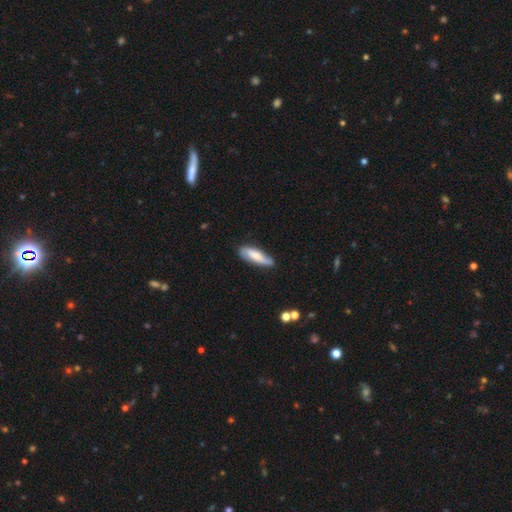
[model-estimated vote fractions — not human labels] The model was most divided on "how rounded": cigar-shaped: 52%, in between: 46%, round: 2%. More confident: merging — none (68%); smooth or featured — smooth (55%).